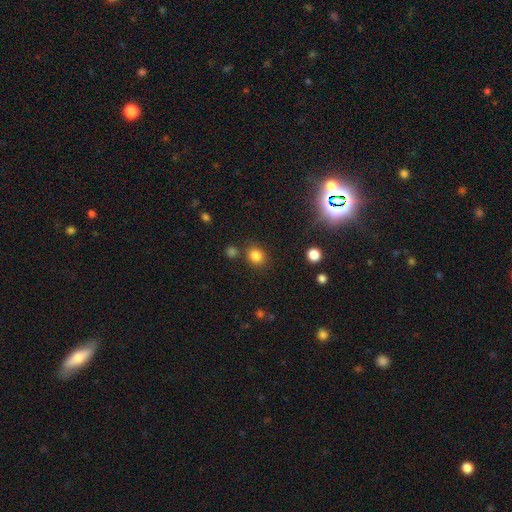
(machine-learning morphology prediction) Overall: smooth (82%). How rounded: round (71%). Merging: none (77%).